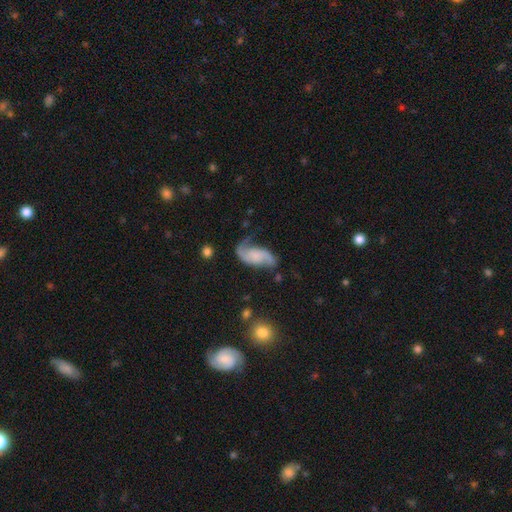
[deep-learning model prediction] Overall: featured or disk (80%). Edge-on disk: no (97%). Bar: no (62%; weak 30%). Spiral arms: yes (95%). Spiral arm count: 2 (90%). Spiral winding: loose (61%; medium 30%). Bulge size: none (40%; small 33%). Merging: none (60%; minor disturbance 22%).